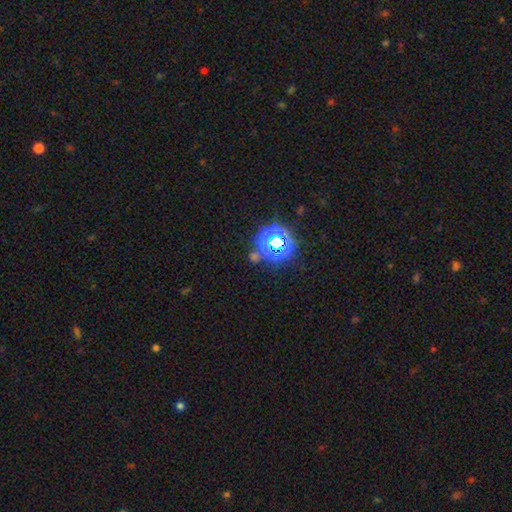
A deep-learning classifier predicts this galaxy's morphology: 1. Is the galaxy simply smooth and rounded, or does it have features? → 64% star or artifact, 26% smooth, 10% featured or disk.